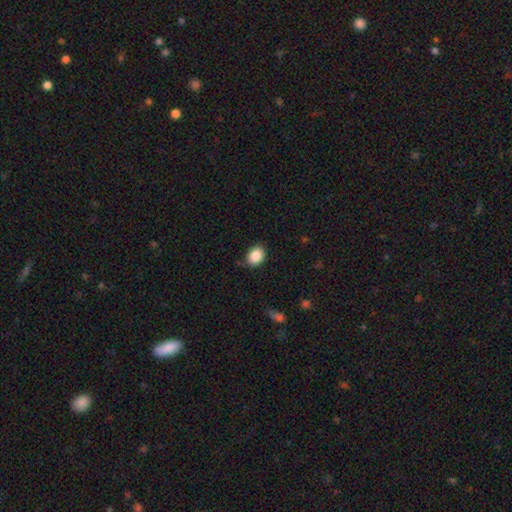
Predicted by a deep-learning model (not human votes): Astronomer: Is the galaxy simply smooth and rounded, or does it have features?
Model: smooth — 86%.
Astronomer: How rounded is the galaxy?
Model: in between — 55% (runner-up: round, 45%).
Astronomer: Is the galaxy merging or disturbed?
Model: none — 75%.